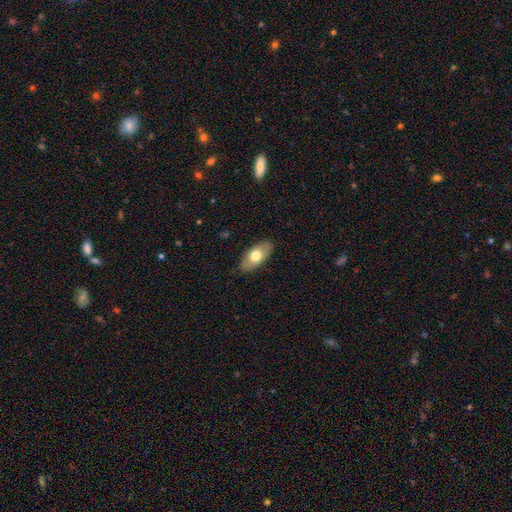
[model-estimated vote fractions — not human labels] The model was most divided on "smooth or featured": smooth: 68%, featured or disk: 26%, star or artifact: 6%. More confident: how rounded — in between (92%); merging — none (86%).